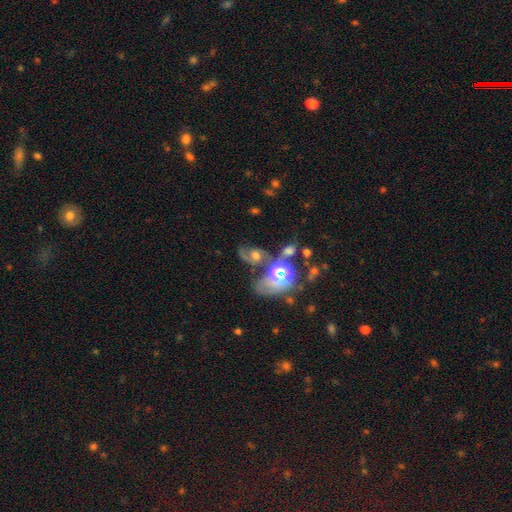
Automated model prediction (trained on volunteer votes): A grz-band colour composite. It shows a featured or disk galaxy (50%). Merging: none (41%).